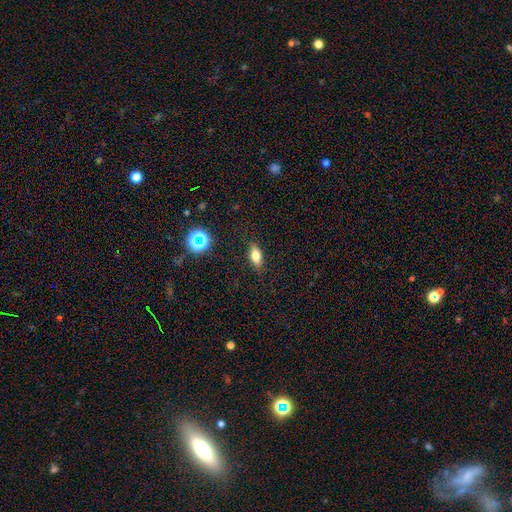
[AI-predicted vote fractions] This is likely a smooth galaxy (68%). How rounded: likely in between (75%). Merging: clearly none (85%).